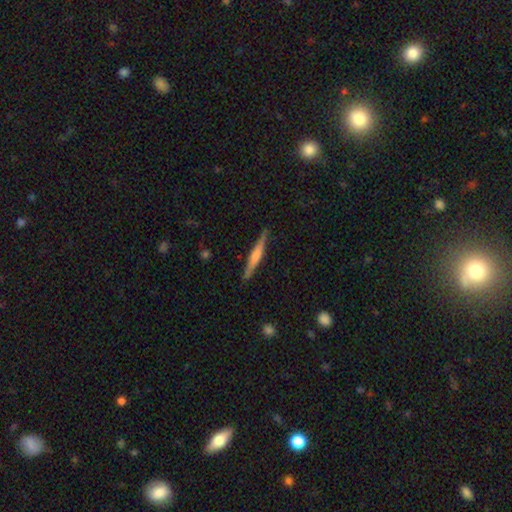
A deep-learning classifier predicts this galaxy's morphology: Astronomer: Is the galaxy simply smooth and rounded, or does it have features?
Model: featured or disk — 51% (runner-up: smooth, 43%).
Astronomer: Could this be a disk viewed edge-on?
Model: yes — 97%.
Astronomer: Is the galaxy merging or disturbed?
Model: none — 88%.